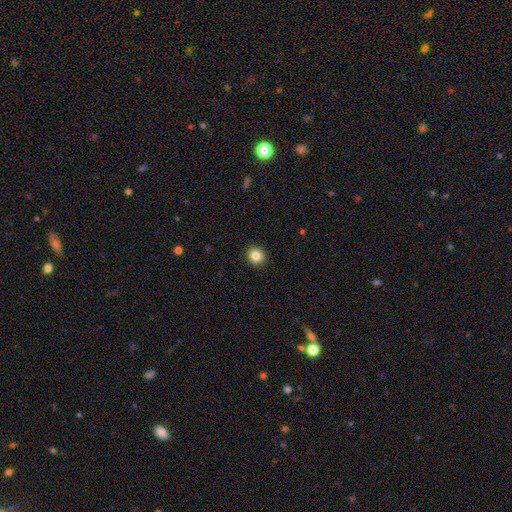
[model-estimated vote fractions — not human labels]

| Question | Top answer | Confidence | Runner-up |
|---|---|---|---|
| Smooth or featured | smooth | 84% | star or artifact (10%) |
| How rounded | round | 86% | in between (13%) |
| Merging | none | 92% | minor disturbance (6%) |